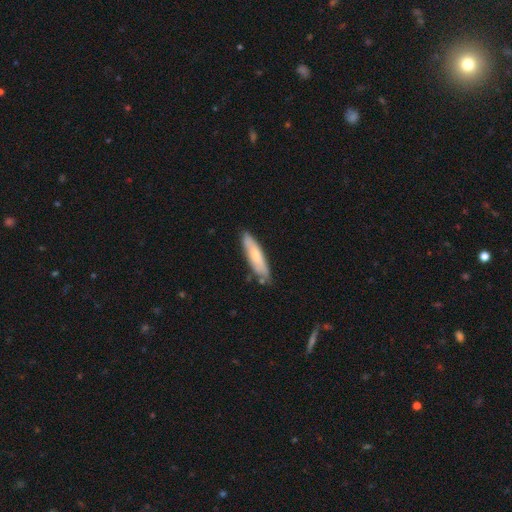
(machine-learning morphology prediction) smooth_or_featured: smooth (p=0.63) [alt: featured or disk p=0.31]
how_rounded: cigar-shaped (p=0.75) [alt: in between p=0.24]
merging: none (p=0.76) [alt: minor disturbance p=0.18]